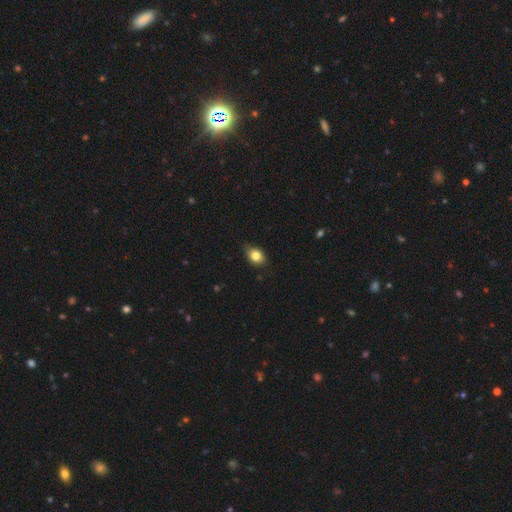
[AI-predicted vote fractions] smooth-or-featured: smooth: 82% | featured or disk: 9% | star or artifact: 9%
  how-rounded: in between: 68% | round: 31% | cigar-shaped: 2%
  merging: none: 73% | minor disturbance: 22% | major disturbance: 3% | merger: 1%